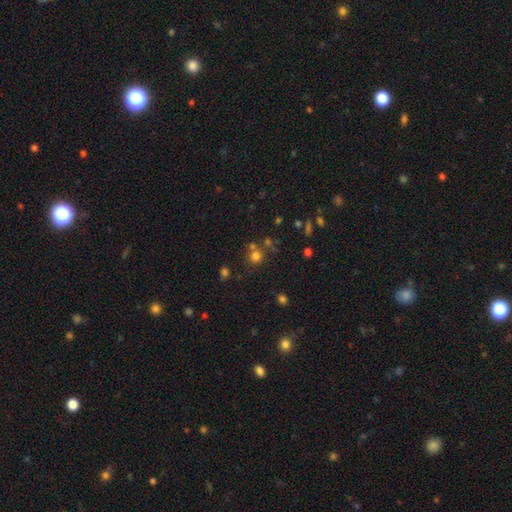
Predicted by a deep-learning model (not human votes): Overall: smooth (69%). How rounded: round (89%). Merging: none (64%).